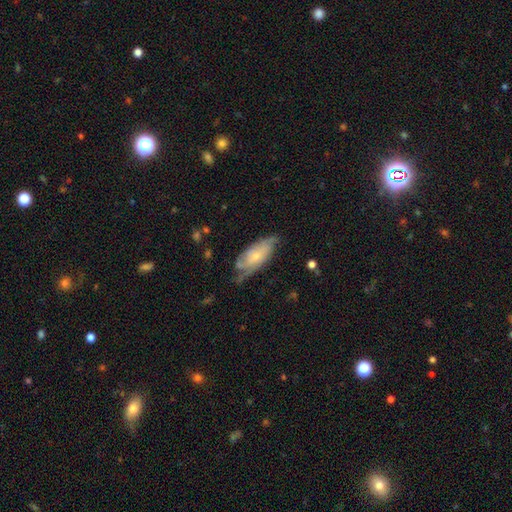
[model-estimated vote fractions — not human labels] A featured or disk galaxy (64%) with no bar (74%), spiral arms (86%) and a small central bulge (61%).

Vote fractions:
- Smooth or featured? featured or disk: 64% / smooth: 31% / star or artifact: 6%
- Edge-on disk? no: 88% / yes: 12%
- Bar? no: 74% / weak: 22% / strong: 4%
- Spiral arms? yes: 86% / no: 14%
- Bulge size? small: 61% / moderate: 32% / none: 4% / large: 2% / dominant: 1%
- Merging? none: 54% / minor disturbance: 30% / major disturbance: 13% / merger: 2%